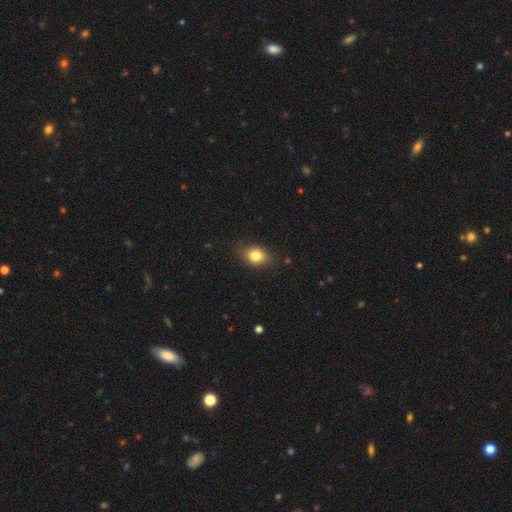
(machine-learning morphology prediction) The model was most divided on "how rounded": in between: 59%, round: 40%, cigar-shaped: 1%. More confident: smooth or featured — smooth (82%); merging — none (80%).